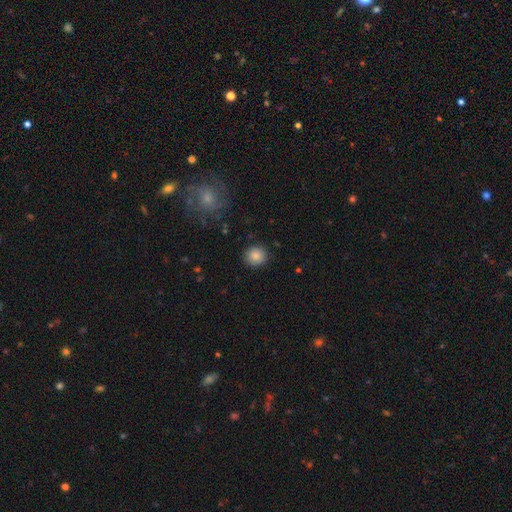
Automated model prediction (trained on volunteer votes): This appears to be a smooth galaxy with no disk features (86%) that is round (87%). Merging: none (89%).